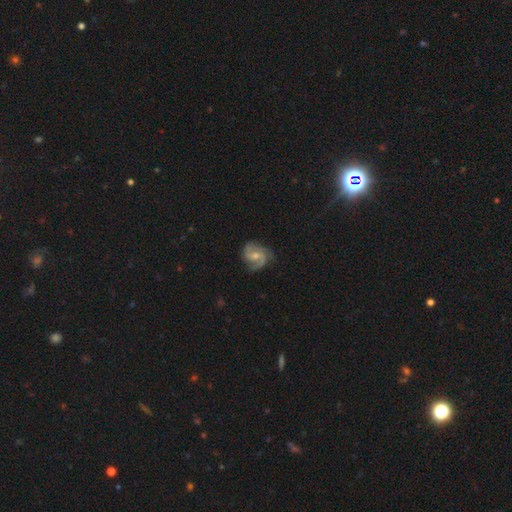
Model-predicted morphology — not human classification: smooth-or-featured: featured or disk: 84% | smooth: 11% | star or artifact: 5%
  disk-edge-on: no: 98% | yes: 2%
    bar: weak: 48% | no: 41% | strong: 11%
    has-spiral-arms: yes: 97% | no: 3%
      spiral-winding: medium: 54% | tight: 25% | loose: 22%
      spiral-arm-count: 2: 76% | 3: 12% | can't tell: 6% | 1: 3% | 4: 2% | more than 4: 2%
    bulge-size: moderate: 52% | small: 40% | none: 5% | large: 2% | dominant: 1%
  merging: none: 72% | minor disturbance: 20% | major disturbance: 7% | merger: 1%